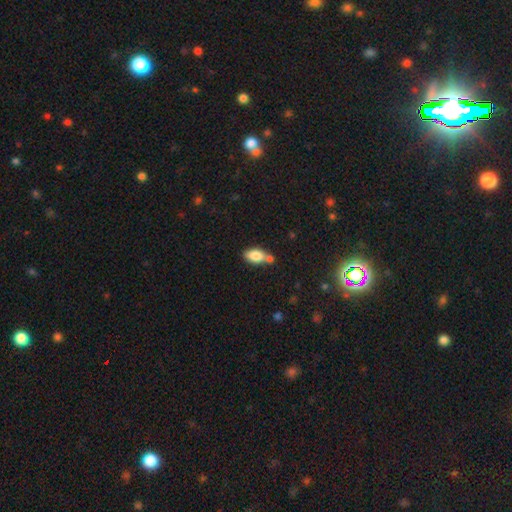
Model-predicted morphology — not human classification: Overall: smooth (82%). How rounded: in between (91%). Merging: none (56%; merger 25%).